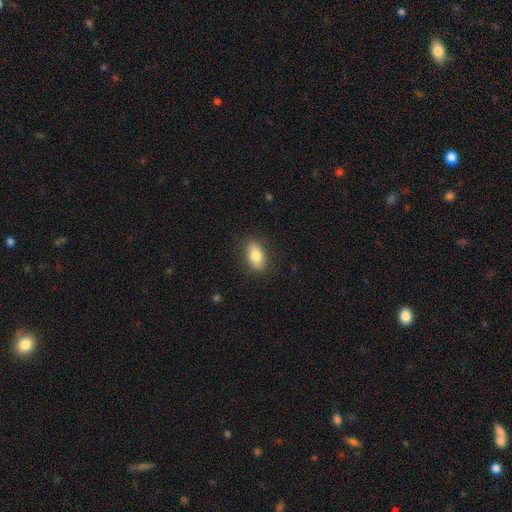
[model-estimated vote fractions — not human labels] This is likely a smooth galaxy (80%). How rounded: clearly in between (88%). Merging: clearly none (86%).